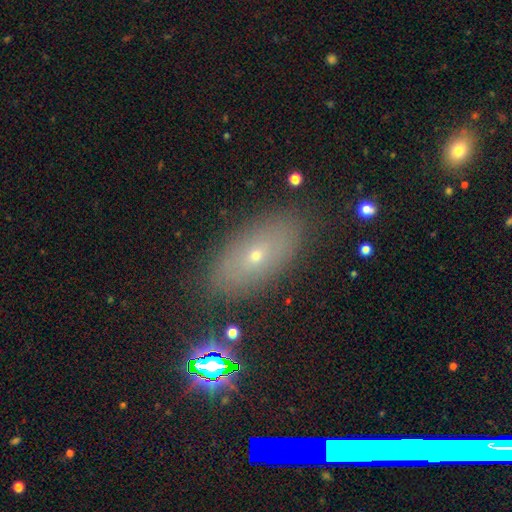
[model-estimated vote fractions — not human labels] smooth 53%, featured or disk 26%, star or artifact 21%. Down the decision tree: how rounded — in between (86%); merging — none (86%).